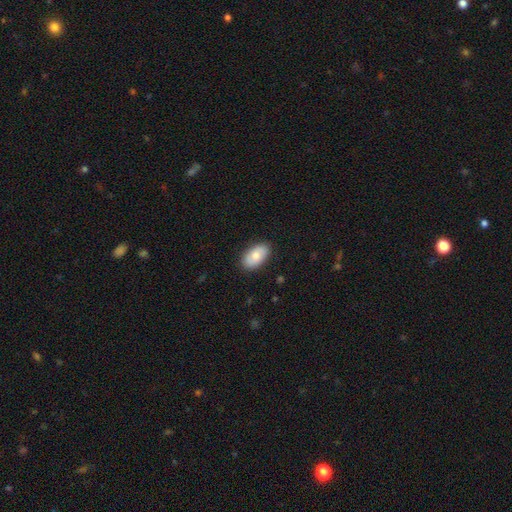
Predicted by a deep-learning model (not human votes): A smooth galaxy with no disk features (75%) that is in between round and cigar-shaped (94%). Merging: none (86%).